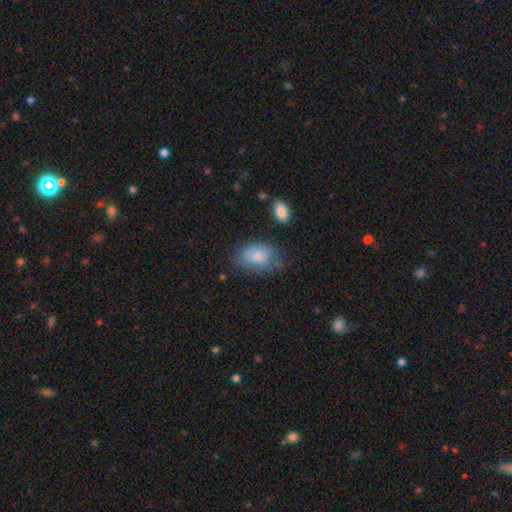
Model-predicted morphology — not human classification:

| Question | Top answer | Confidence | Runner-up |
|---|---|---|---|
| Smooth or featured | smooth | 80% | featured or disk (12%) |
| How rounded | in between | 85% | round (14%) |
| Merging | none | 63% | minor disturbance (26%) |